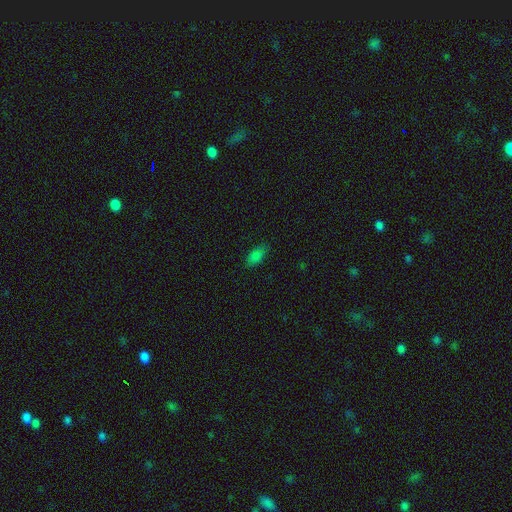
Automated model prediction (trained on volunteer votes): smooth 81%, star or artifact 11%, featured or disk 7%. Down the decision tree: how rounded — in between (87%); merging — none (82%).